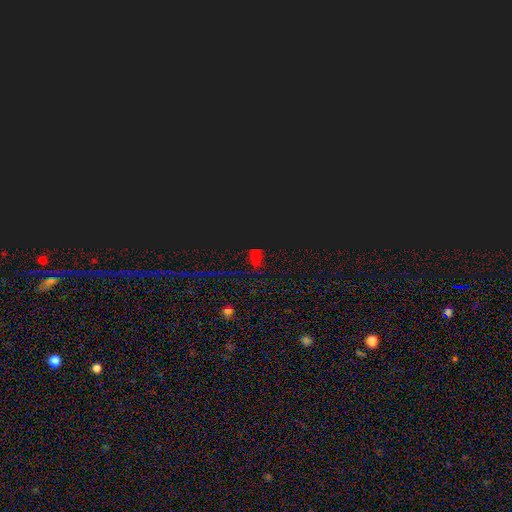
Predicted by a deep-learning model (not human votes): Overall: star or artifact (72%).